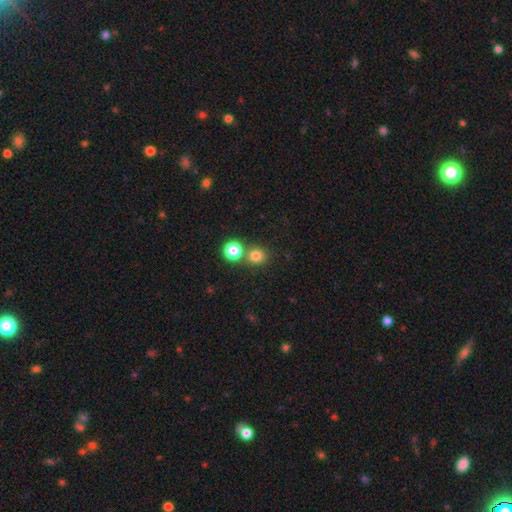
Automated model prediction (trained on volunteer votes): A smooth galaxy with no disk features (78%) that is round (88%). Merging: none (68%).